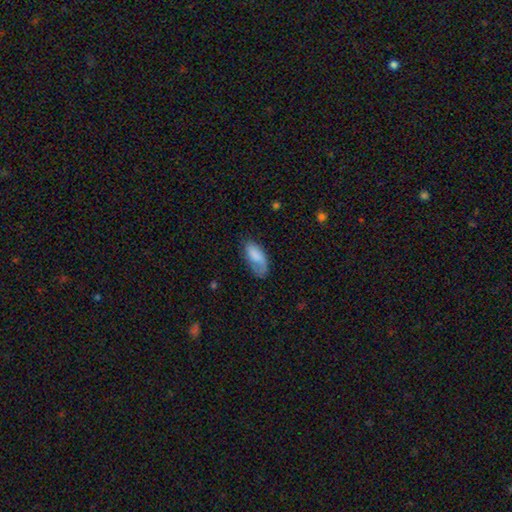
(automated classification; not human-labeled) Smooth or featured: smooth — 75% (featured or disk — 18%)
How rounded: in between — 91% (cigar-shaped — 7%)
Merging: none — 47% (minor disturbance — 31%)